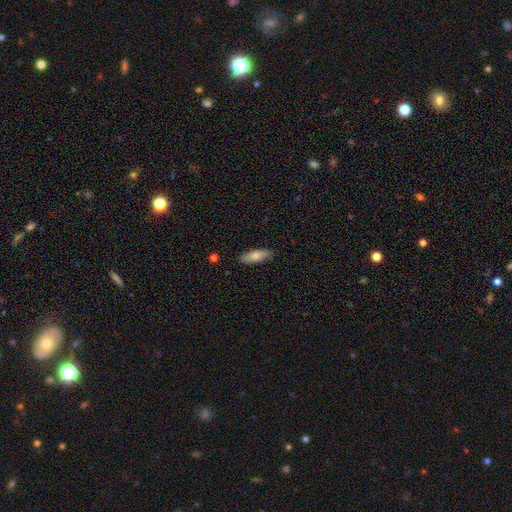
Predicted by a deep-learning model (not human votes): Morphology: type=smooth (78%); roundness=in between (63%); merging=none (87%).